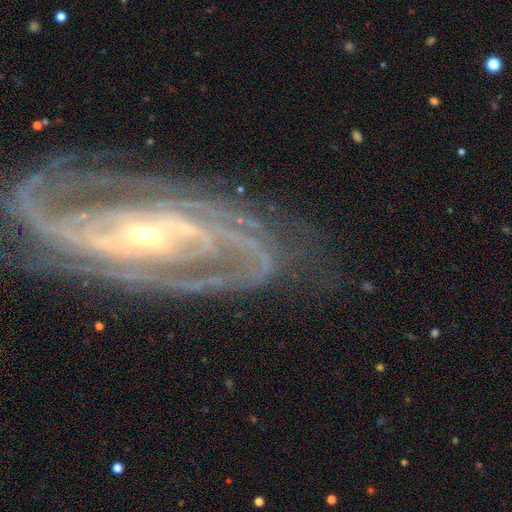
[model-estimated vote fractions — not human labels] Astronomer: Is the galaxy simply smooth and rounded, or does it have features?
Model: featured or disk — 88%.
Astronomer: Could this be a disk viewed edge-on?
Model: no — 93%.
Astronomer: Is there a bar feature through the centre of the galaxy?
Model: no — 39% (runner-up: strong, 33%).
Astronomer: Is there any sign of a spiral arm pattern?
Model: yes — 96%.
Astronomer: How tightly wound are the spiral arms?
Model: tight — 63%.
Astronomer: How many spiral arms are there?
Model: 2 — 36% (runner-up: can't tell, 23%).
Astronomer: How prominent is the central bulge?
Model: small — 67%.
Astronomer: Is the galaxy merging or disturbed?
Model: none — 73%.